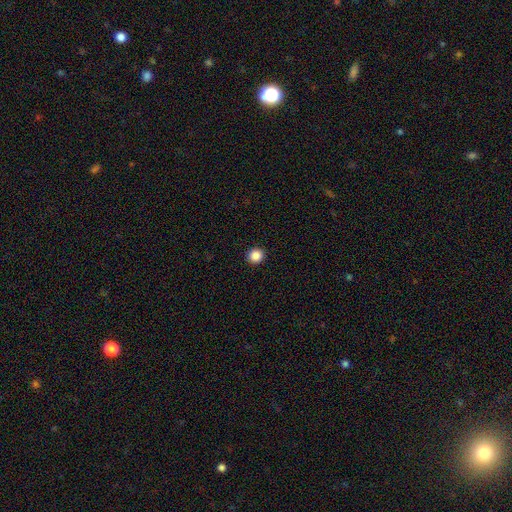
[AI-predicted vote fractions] Smooth or featured: smooth — 88% (star or artifact — 10%)
How rounded: round — 90% (in between — 9%)
Merging: none — 93% (minor disturbance — 4%)